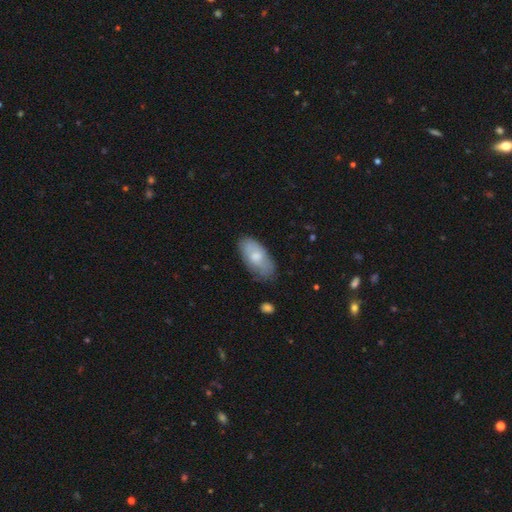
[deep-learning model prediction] smooth 64%, featured or disk 30%, star or artifact 6%. Down the decision tree: how rounded — in between (92%); merging — none (71%).